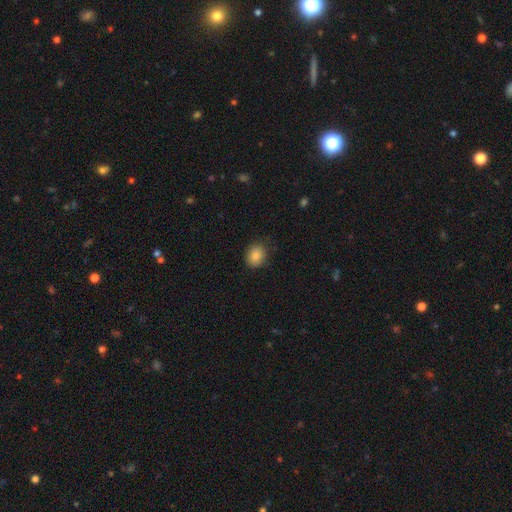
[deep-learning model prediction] smooth-or-featured: smooth: 86% | star or artifact: 9% | featured or disk: 6%
  how-rounded: round: 56% | in between: 43% | cigar-shaped: 1%
  merging: none: 82% | minor disturbance: 14% | major disturbance: 3% | merger: 1%